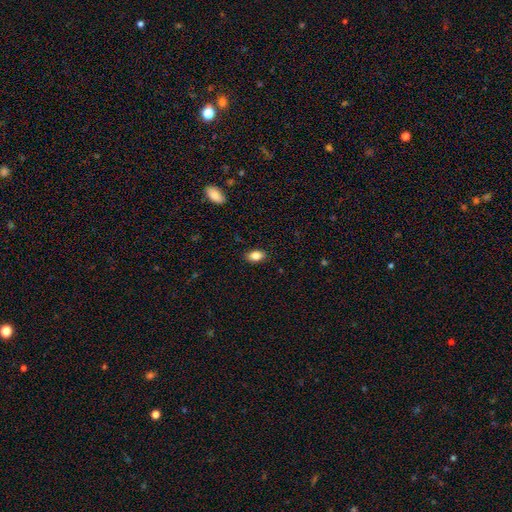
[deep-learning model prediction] Smooth or featured? smooth (86%)
How rounded? in between (88%)
Merging? none (87%)